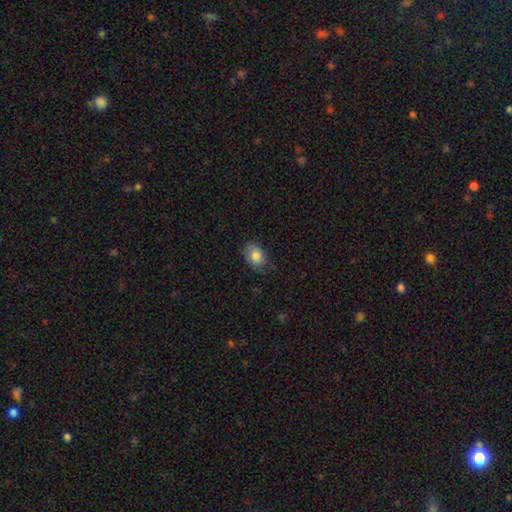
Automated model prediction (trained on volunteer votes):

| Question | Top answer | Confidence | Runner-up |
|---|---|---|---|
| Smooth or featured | smooth | 82% | featured or disk (10%) |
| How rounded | in between | 75% | round (24%) |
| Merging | none | 72% | minor disturbance (22%) |